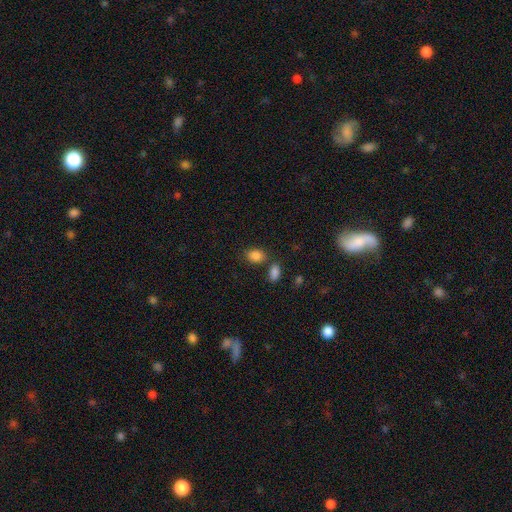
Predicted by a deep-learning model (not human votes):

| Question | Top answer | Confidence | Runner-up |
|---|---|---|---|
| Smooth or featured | smooth | 86% | star or artifact (9%) |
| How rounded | in between | 72% | round (27%) |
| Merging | none | 64% | merger (18%) |